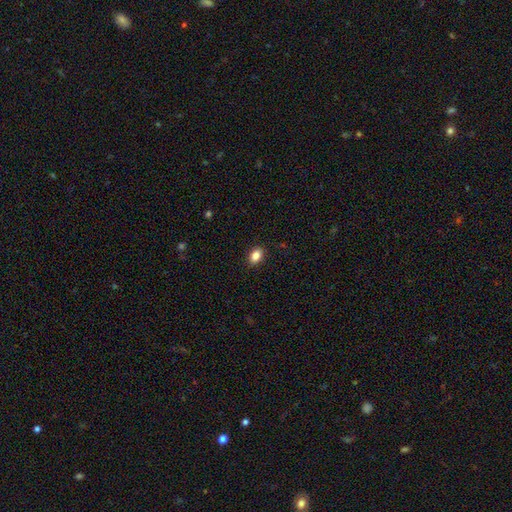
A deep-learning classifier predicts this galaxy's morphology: smooth-or-featured: smooth: 85% | star or artifact: 9% | featured or disk: 6%
  how-rounded: in between: 80% | round: 18% | cigar-shaped: 2%
  merging: none: 89% | minor disturbance: 8% | major disturbance: 2% | merger: 1%